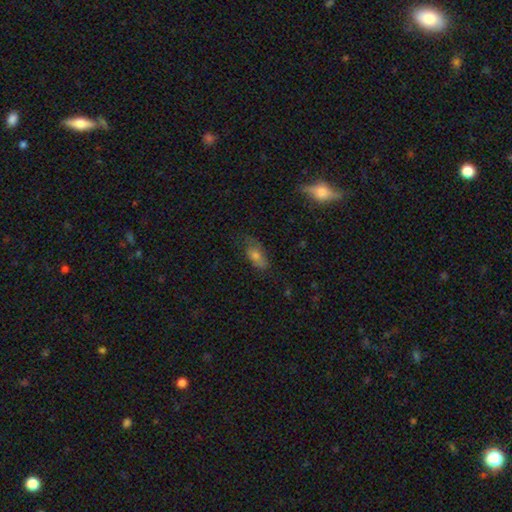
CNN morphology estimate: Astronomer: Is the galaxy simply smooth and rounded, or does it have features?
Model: smooth — 60%.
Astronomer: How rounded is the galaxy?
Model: in between — 79%.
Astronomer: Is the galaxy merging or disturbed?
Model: none — 62%.